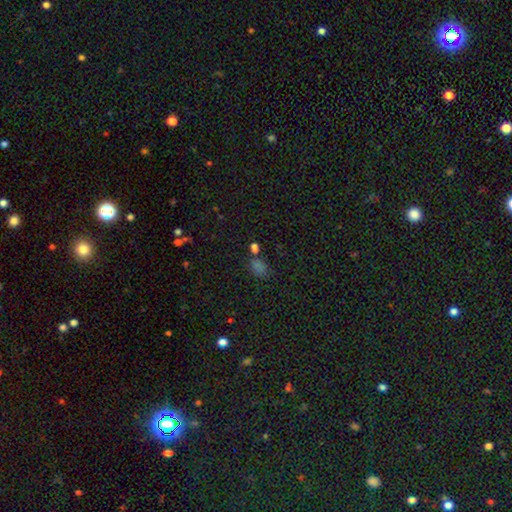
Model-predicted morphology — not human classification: Q: Smooth or featured?
A: star or artifact (57%); runner-up: smooth (32%)